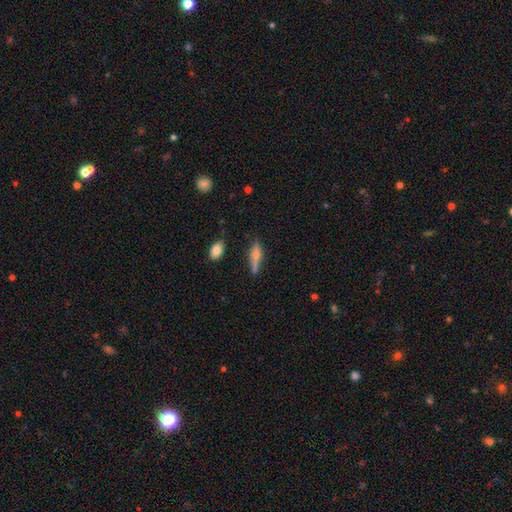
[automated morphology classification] smooth-or-featured: smooth: 55% | featured or disk: 36% | star or artifact: 8%
  how-rounded: cigar-shaped: 69% | in between: 29% | round: 3%
  merging: none: 66% | minor disturbance: 22% | merger: 6% | major disturbance: 6%